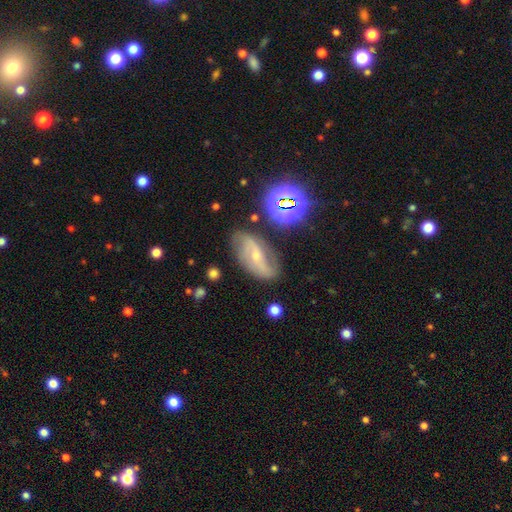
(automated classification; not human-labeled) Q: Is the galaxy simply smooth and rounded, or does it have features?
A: featured or disk — 71%.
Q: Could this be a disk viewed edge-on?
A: no — 92%.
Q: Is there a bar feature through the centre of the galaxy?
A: weak — 37%.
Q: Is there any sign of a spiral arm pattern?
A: yes — 89%.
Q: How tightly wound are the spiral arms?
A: loose — 49%.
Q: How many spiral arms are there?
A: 2 — 81%.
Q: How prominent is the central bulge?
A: small — 67%.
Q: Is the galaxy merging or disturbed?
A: none — 70%.